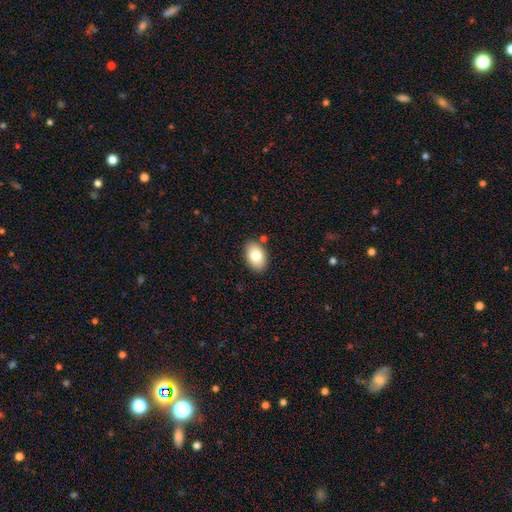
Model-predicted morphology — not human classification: This appears to be a smooth galaxy with no disk features (79%) that is in between round and cigar-shaped (89%). Merging: none (85%).